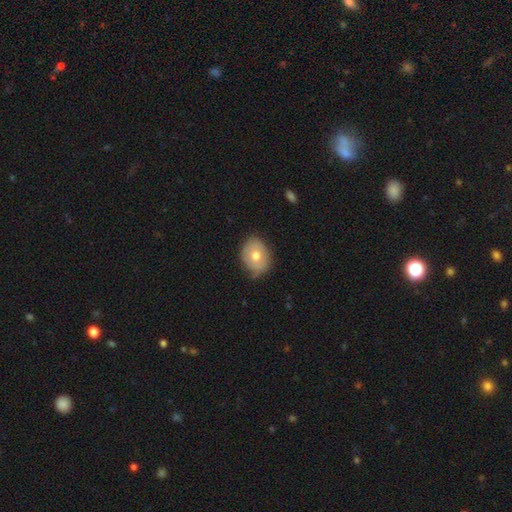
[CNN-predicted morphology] Smooth or featured: smooth — 69% (featured or disk — 23%)
How rounded: in between — 53% (round — 46%)
Merging: none — 71% (minor disturbance — 24%)